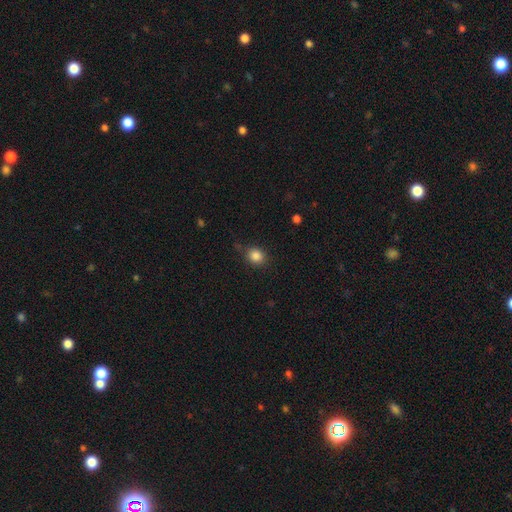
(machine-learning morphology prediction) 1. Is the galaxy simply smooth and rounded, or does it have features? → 85% smooth, 10% star or artifact, 4% featured or disk.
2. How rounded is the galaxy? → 71% round, 28% in between, 1% cigar-shaped.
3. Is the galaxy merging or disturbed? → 81% none, 13% minor disturbance, 4% major disturbance, 2% merger.